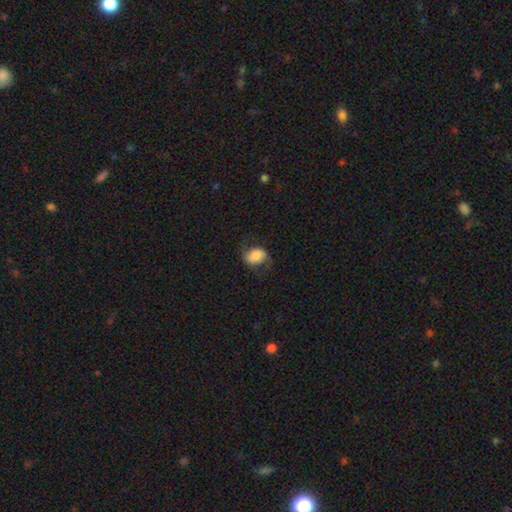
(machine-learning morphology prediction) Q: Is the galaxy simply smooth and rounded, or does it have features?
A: smooth — 58%.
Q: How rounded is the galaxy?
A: in between — 72%.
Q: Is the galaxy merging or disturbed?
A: none — 63%.